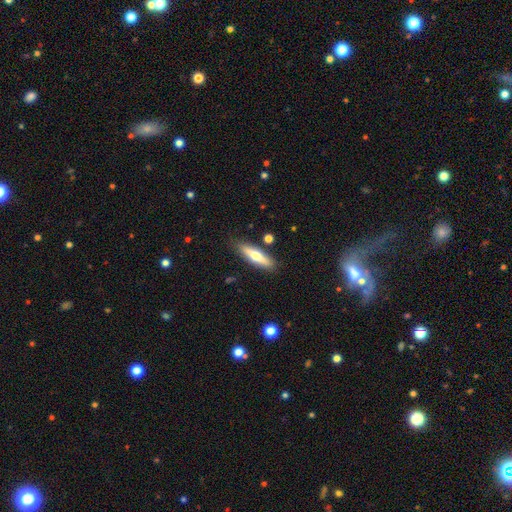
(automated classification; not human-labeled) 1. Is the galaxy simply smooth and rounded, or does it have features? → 50% smooth, 44% featured or disk, 6% star or artifact.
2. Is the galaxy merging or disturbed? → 85% none, 10% minor disturbance, 3% merger, 2% major disturbance.